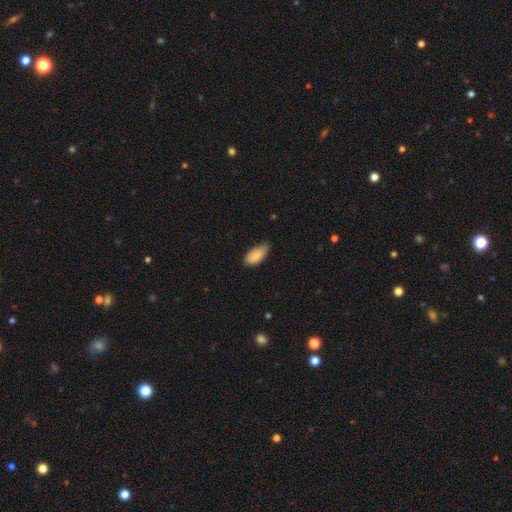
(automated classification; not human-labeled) A smooth galaxy with no disk features (86%) that is in between round and cigar-shaped (93%).

Vote fractions:
- Smooth or featured? smooth: 86% / featured or disk: 7% / star or artifact: 6%
- How rounded? in between: 93% / cigar-shaped: 5% / round: 2%
- Merging? none: 65% / minor disturbance: 30% / major disturbance: 3% / merger: 1%